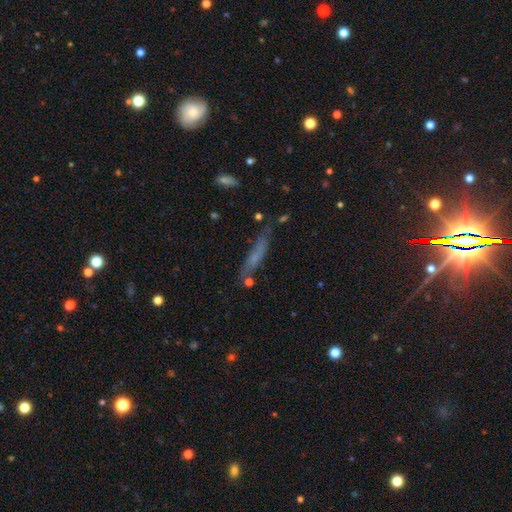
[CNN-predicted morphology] Smooth or featured: smooth — 53% (featured or disk — 34%)
How rounded: cigar-shaped — 86% (in between — 12%)
Merging: none — 70% (minor disturbance — 19%)